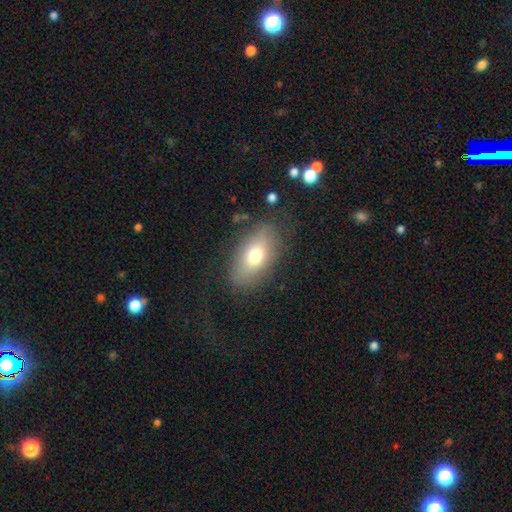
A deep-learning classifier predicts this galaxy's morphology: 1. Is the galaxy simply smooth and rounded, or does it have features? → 72% smooth, 19% featured or disk, 9% star or artifact.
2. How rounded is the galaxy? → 89% in between, 8% round, 4% cigar-shaped.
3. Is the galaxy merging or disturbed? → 79% none, 13% minor disturbance, 6% major disturbance, 2% merger.